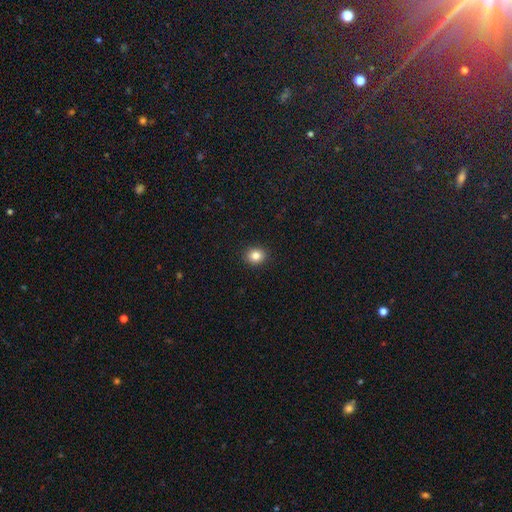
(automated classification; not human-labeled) Smooth or featured: smooth — 84% (star or artifact — 11%)
How rounded: round — 75% (in between — 24%)
Merging: none — 92% (minor disturbance — 6%)